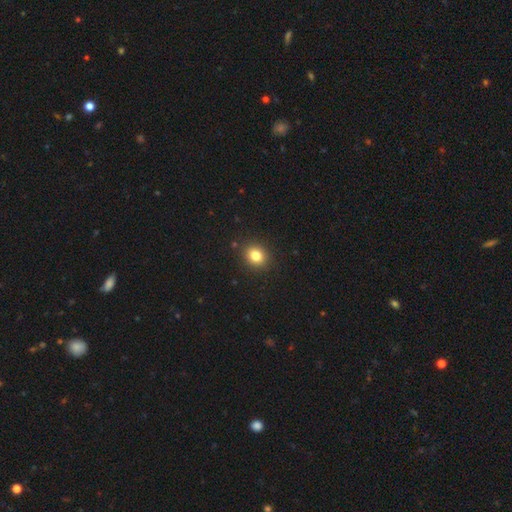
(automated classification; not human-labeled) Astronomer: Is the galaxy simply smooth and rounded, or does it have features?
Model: smooth — 82%.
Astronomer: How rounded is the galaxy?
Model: round — 66%.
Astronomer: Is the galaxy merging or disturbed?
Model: none — 90%.